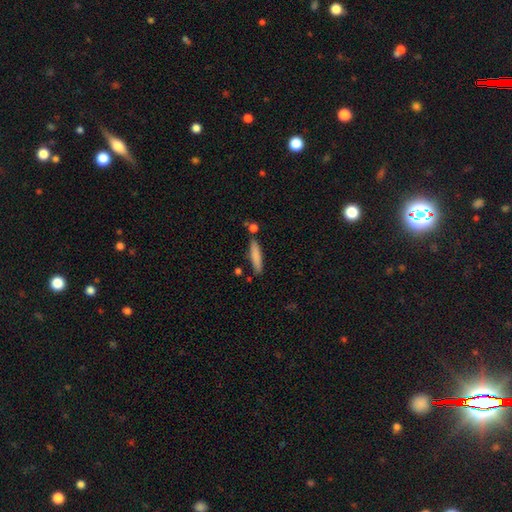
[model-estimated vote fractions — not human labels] smooth 80%, featured or disk 13%, star or artifact 6%. Down the decision tree: how rounded — cigar-shaped (86%); merging — none (78%).